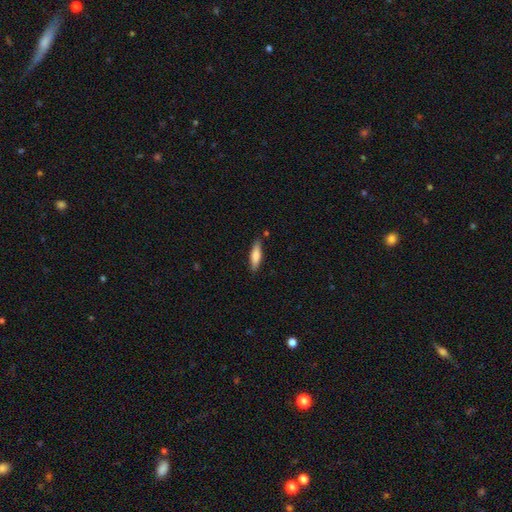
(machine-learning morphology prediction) A smooth galaxy with no disk features (75%) that is cigar-shaped (66%). Merging: none (83%).